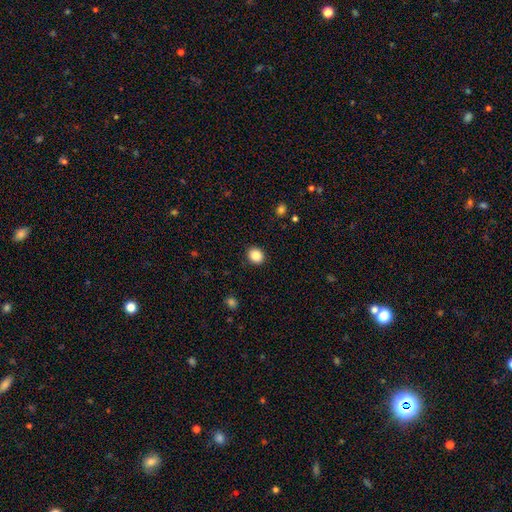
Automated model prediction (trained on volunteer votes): smooth_or_featured: smooth (p=0.87) [alt: star or artifact p=0.09]
how_rounded: round (p=0.73) [alt: in between p=0.27]
merging: none (p=0.91) [alt: minor disturbance p=0.06]